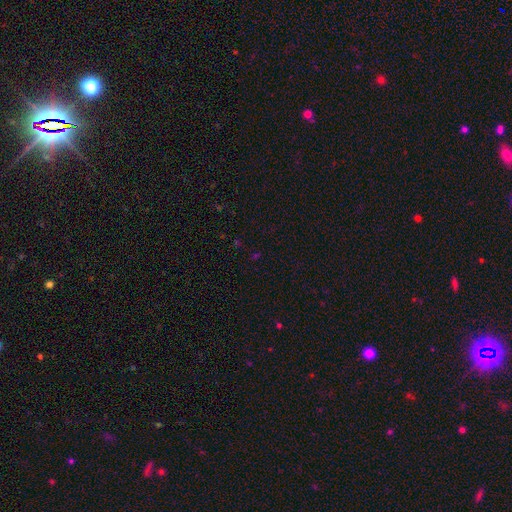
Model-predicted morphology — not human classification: The model was most divided on "smooth or featured": star or artifact: 64%, smooth: 28%, featured or disk: 8%.